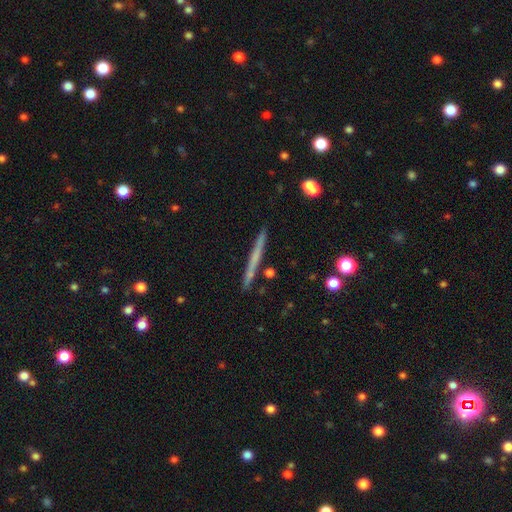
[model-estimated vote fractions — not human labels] Smooth or featured? Predicted: featured or disk (p=0.50). Edge-on disk? Predicted: yes (p=0.97). Merging? Predicted: none (p=0.89).